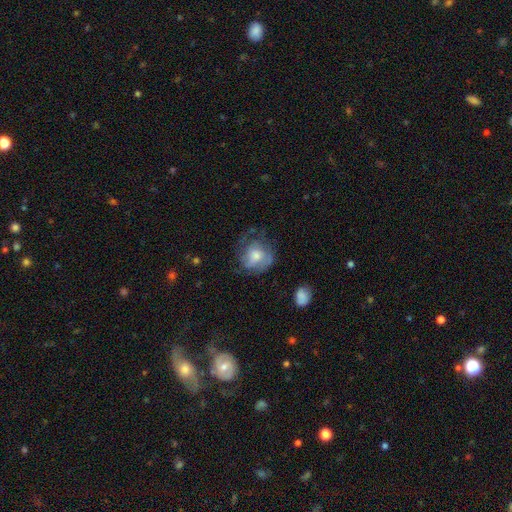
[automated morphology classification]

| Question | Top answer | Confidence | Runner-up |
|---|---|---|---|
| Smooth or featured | smooth | 46% | tied: featured or disk (46%) |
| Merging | none | 53% | minor disturbance (25%) |